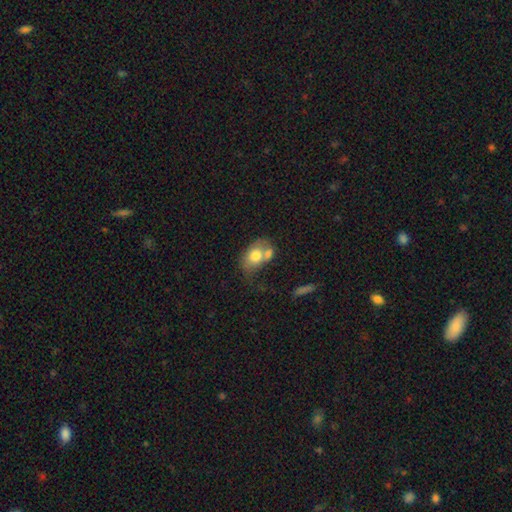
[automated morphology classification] Smooth or featured: smooth — 69% (featured or disk — 24%)
How rounded: in between — 77% (round — 21%)
Merging: merger — 49% (none — 25%)